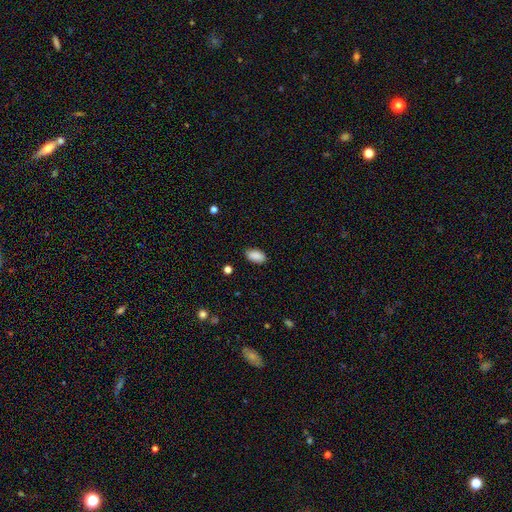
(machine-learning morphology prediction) The model was most divided on "merging": none: 85%, minor disturbance: 11%, major disturbance: 2%, merger: 1%. More confident: how rounded — in between (94%); smooth or featured — smooth (89%).